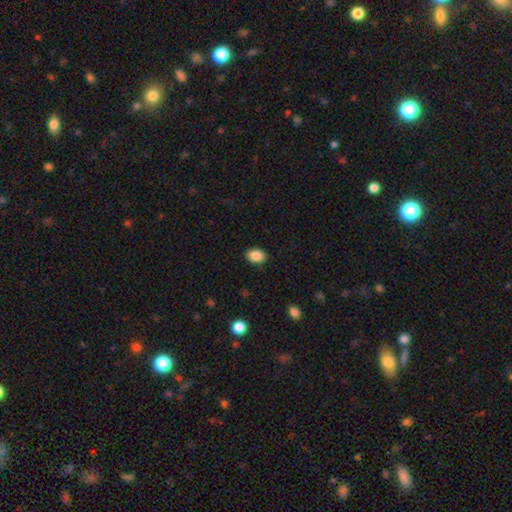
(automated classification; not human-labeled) smooth_or_featured: smooth (p=0.88) [alt: star or artifact p=0.08]
how_rounded: in between (p=0.76) [alt: round p=0.23]
merging: none (p=0.89) [alt: minor disturbance p=0.08]